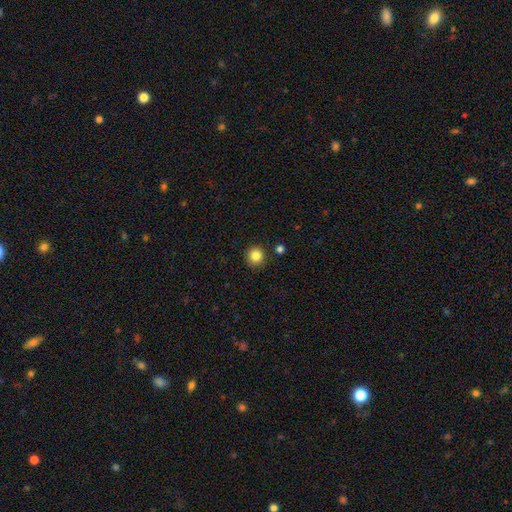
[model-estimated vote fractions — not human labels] smooth 86%, star or artifact 11%, featured or disk 4%. Down the decision tree: how rounded — round (94%); merging — none (89%).